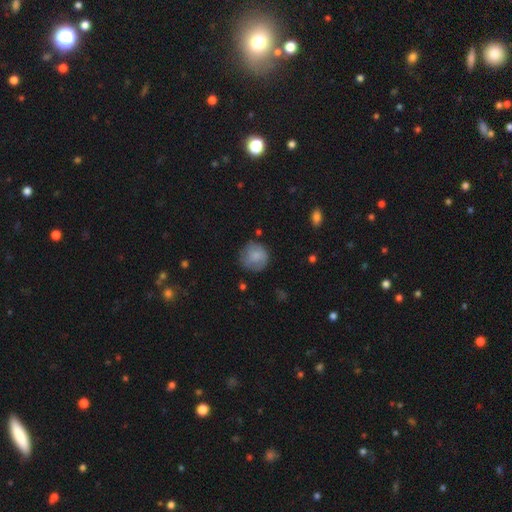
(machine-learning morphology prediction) Smooth or featured? smooth (72%)
How rounded? round (90%)
Merging? none (70%)